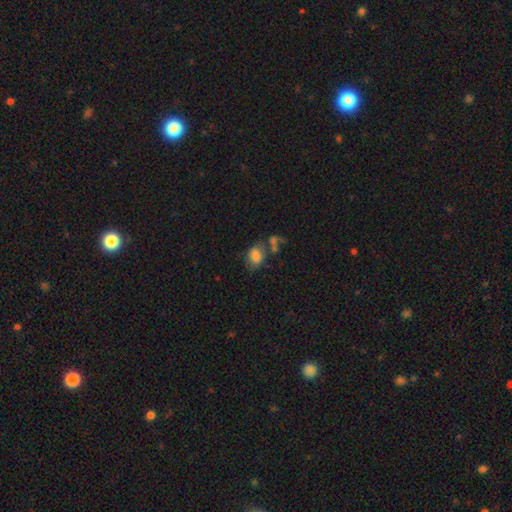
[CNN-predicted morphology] smooth_or_featured: smooth (p=0.76) [alt: featured or disk p=0.15]
how_rounded: in between (p=0.82) [alt: round p=0.16]
merging: none (p=0.42) [alt: merger p=0.26]